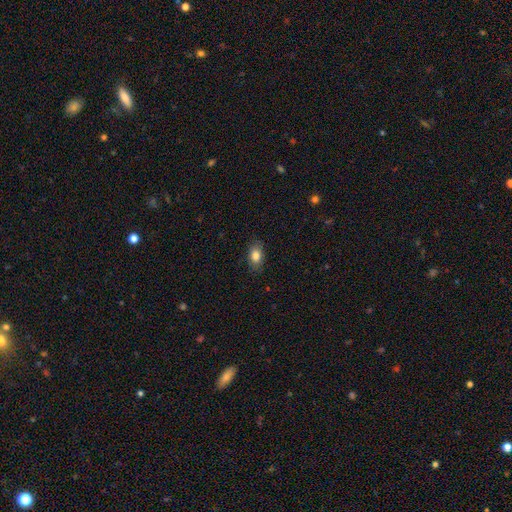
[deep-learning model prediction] Smooth or featured: smooth — 83% (featured or disk — 9%)
How rounded: in between — 83% (round — 14%)
Merging: none — 85% (minor disturbance — 12%)